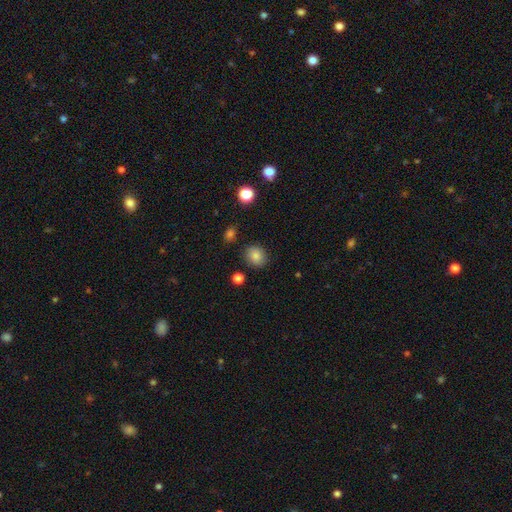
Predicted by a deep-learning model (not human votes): Overall: smooth (85%). How rounded: round (73%). Merging: none (86%).